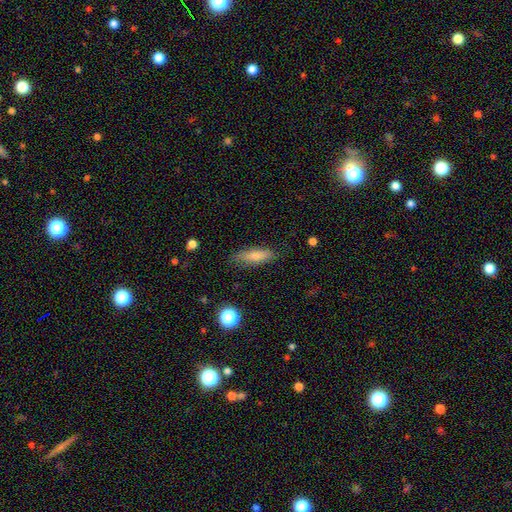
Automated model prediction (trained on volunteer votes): This appears to be a smooth galaxy with no disk features (67%) that is cigar-shaped (57%). Merging: none (83%).